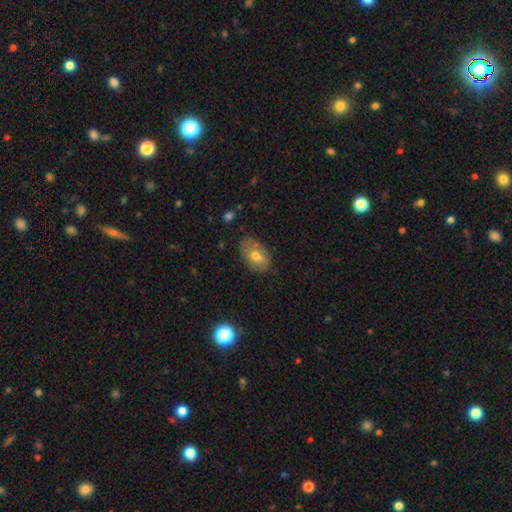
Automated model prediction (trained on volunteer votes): The model was most divided on "smooth or featured": smooth: 63%, featured or disk: 28%, star or artifact: 9%. More confident: how rounded — in between (88%); merging — none (67%).